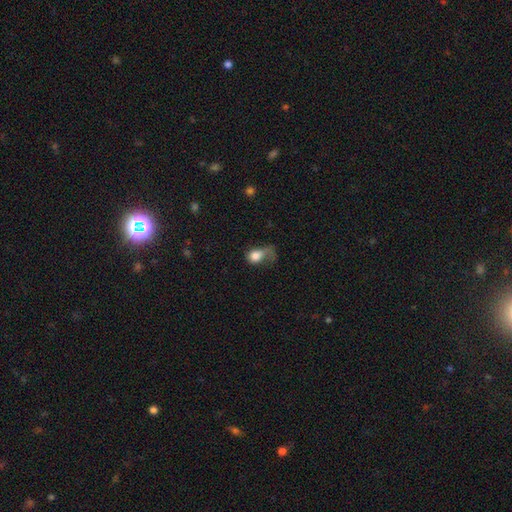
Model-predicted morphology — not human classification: type=smooth (73%); roundness=in between (56%); merging=major disturbance (59%).